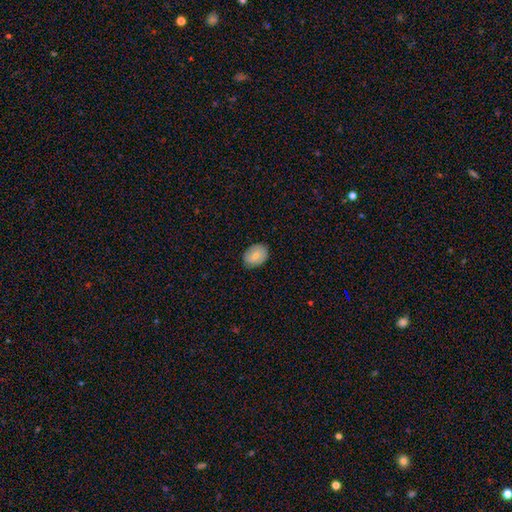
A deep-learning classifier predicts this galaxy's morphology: Smooth or featured?
  - smooth: 75% *
  - featured or disk: 18%
  - star or artifact: 7%
How rounded?
  - in between: 65% *
  - round: 34%
  - cigar-shaped: 1%
Merging?
  - none: 83% *
  - minor disturbance: 14%
  - major disturbance: 2%
  - merger: 1%